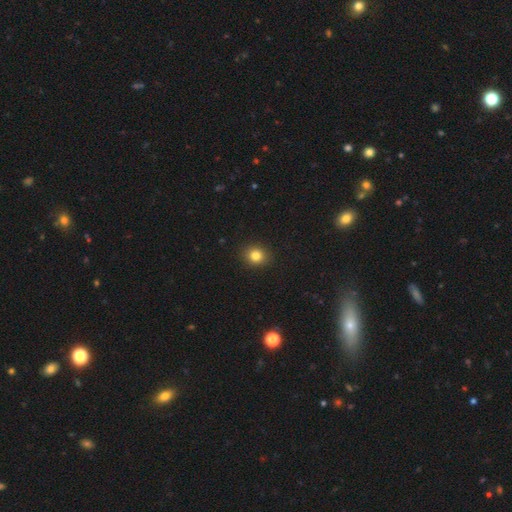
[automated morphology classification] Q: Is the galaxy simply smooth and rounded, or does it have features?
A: smooth — 82%.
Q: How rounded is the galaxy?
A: round — 74%.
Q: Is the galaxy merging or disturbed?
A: none — 91%.